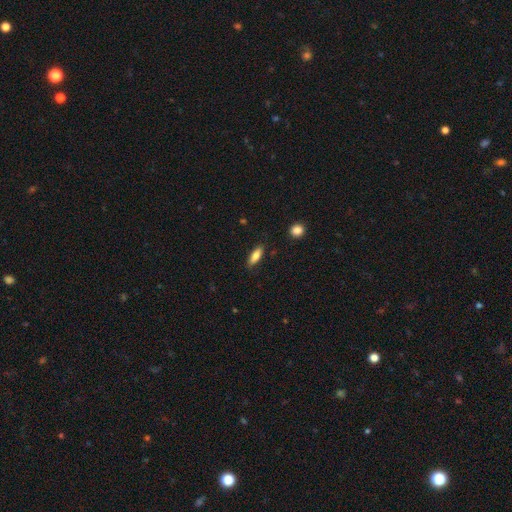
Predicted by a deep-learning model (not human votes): This is clearly a smooth galaxy (81%). How rounded: likely in between (67%). Merging: clearly none (86%).